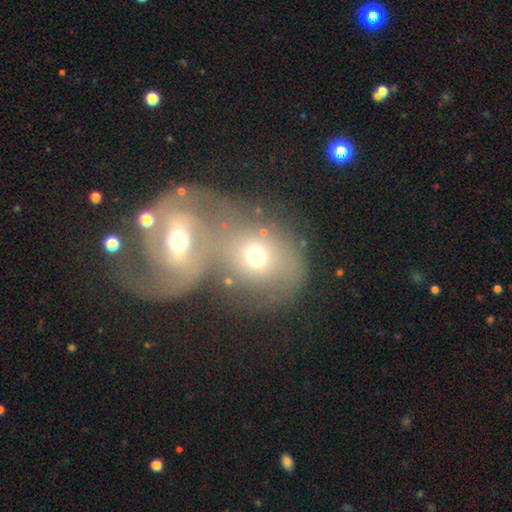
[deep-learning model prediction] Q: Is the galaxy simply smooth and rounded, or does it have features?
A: smooth — 51%.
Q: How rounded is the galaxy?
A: round — 55%.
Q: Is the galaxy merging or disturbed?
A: merger — 77%.